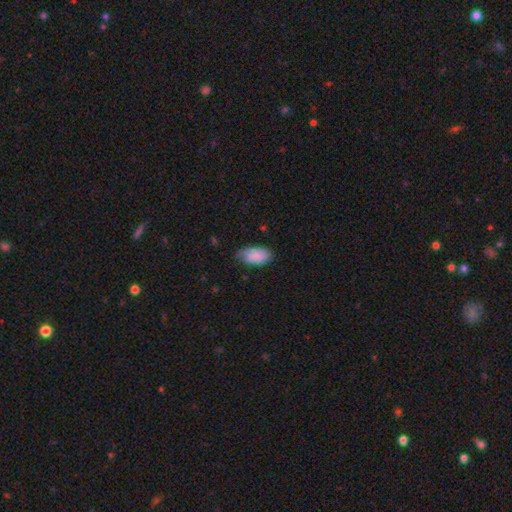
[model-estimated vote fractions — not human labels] Q: Smooth or featured?
A: smooth (80%); runner-up: featured or disk (13%)
Q: How rounded?
A: in between (94%); runner-up: round (3%)
Q: Merging?
A: none (59%); runner-up: minor disturbance (33%)